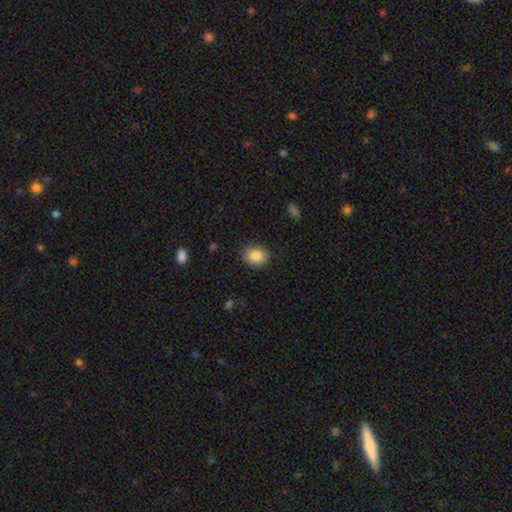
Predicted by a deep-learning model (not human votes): Smooth or featured?
  - smooth: 87% *
  - star or artifact: 8%
  - featured or disk: 5%
How rounded?
  - round: 55% *
  - in between: 44%
  - cigar-shaped: 1%
Merging?
  - none: 88% *
  - minor disturbance: 9%
  - major disturbance: 2%
  - merger: 1%